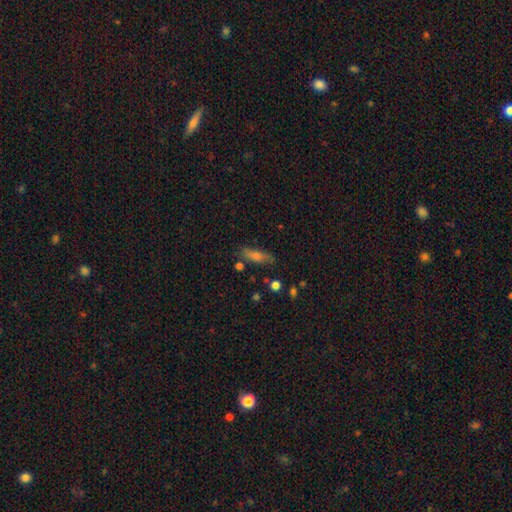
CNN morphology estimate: Smooth or featured? Predicted: smooth (p=0.59). How rounded? Predicted: cigar-shaped (p=0.54). Merging? Predicted: none (p=0.77).